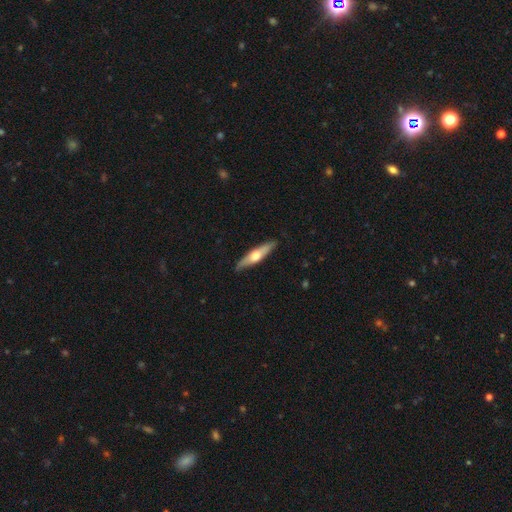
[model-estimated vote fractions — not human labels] A featured or disk galaxy (52%) viewed edge-on (91%).

Vote fractions:
- Smooth or featured? featured or disk: 52% / smooth: 43% / star or artifact: 5%
- Edge-on disk? yes: 91% / no: 9%
- Merging? none: 88% / minor disturbance: 9% / major disturbance: 2% / merger: 1%